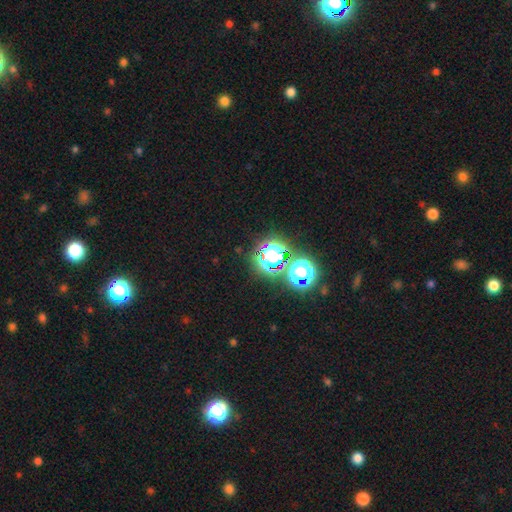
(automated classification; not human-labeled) Overall: star or artifact (74%).